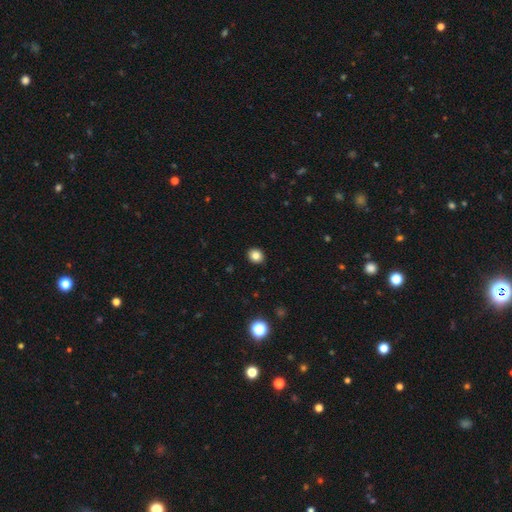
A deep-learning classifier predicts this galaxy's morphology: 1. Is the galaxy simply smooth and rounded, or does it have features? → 83% smooth, 11% star or artifact, 6% featured or disk.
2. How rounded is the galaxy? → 71% round, 28% in between, 1% cigar-shaped.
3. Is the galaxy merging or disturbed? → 91% none, 6% minor disturbance, 2% major disturbance, 1% merger.